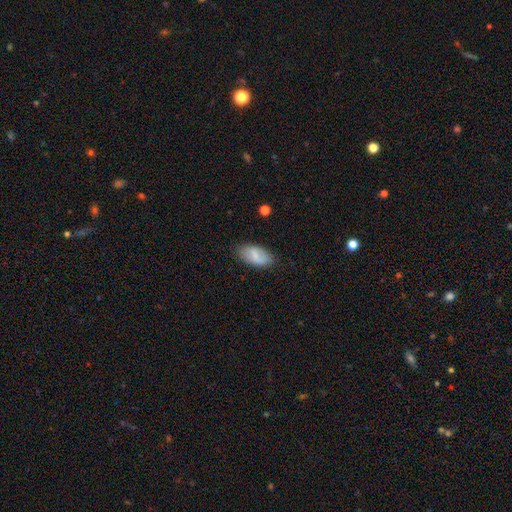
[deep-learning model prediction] Smooth or featured? Predicted: smooth (p=0.74). How rounded? Predicted: in between (p=0.93). Merging? Predicted: none (p=0.79).